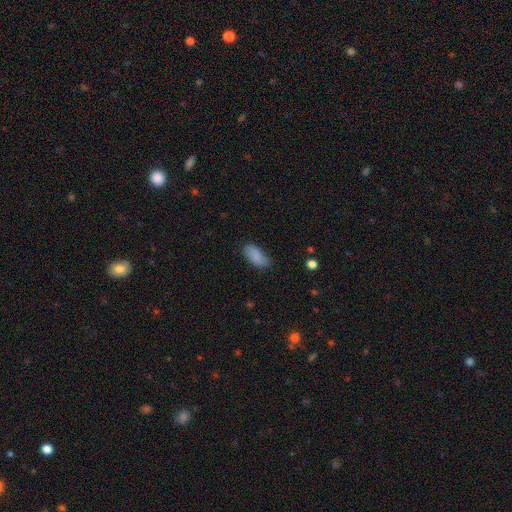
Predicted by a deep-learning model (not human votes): smooth 87%, star or artifact 7%, featured or disk 6%. Down the decision tree: how rounded — in between (92%); merging — none (73%).